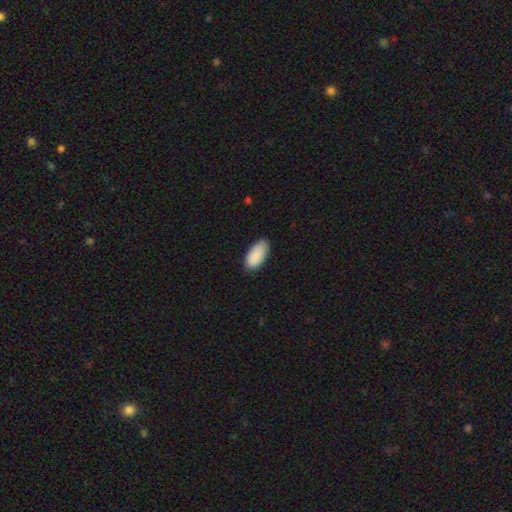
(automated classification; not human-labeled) Q: Smooth or featured?
A: smooth (90%); runner-up: star or artifact (6%)
Q: How rounded?
A: in between (93%); runner-up: cigar-shaped (6%)
Q: Merging?
A: none (81%); runner-up: minor disturbance (16%)